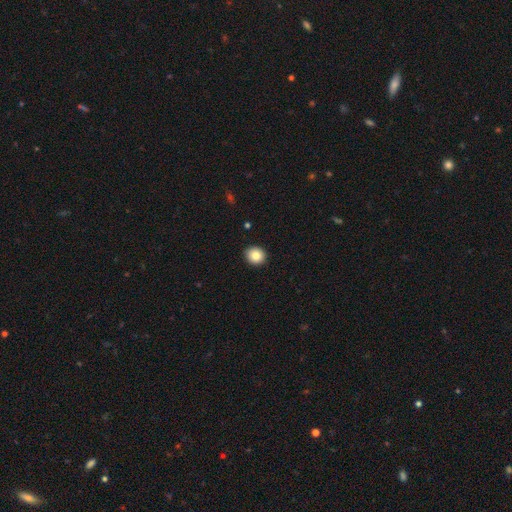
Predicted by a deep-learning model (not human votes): Overall: smooth (83%). How rounded: round (81%). Merging: none (92%).